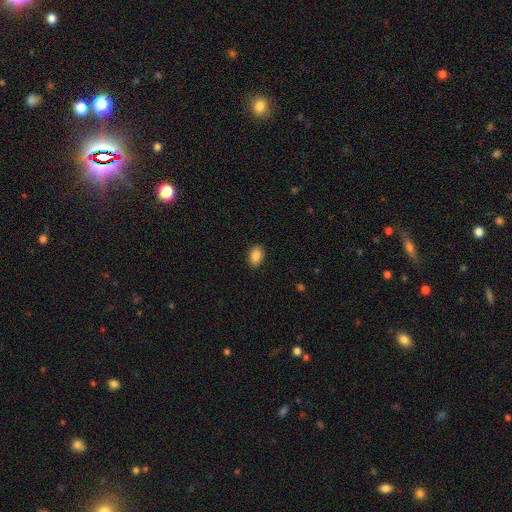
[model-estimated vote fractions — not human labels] smooth-or-featured: smooth: 88% | star or artifact: 8% | featured or disk: 4%
  how-rounded: in between: 83% | round: 16% | cigar-shaped: 1%
  merging: none: 89% | minor disturbance: 8% | major disturbance: 2% | merger: 1%